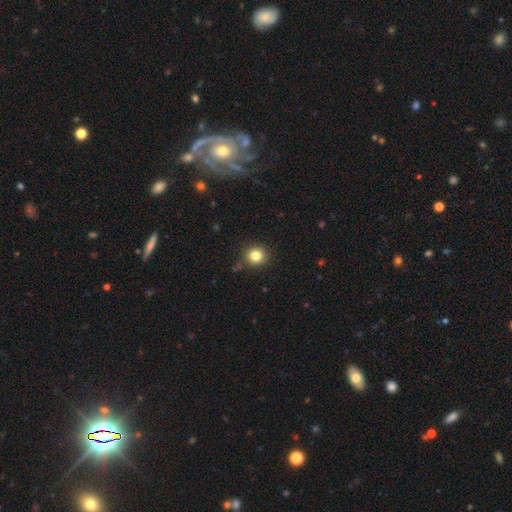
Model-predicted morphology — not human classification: The model was most divided on "smooth or featured": smooth: 81%, star or artifact: 12%, featured or disk: 6%. More confident: how rounded — round (90%); merging — none (87%).